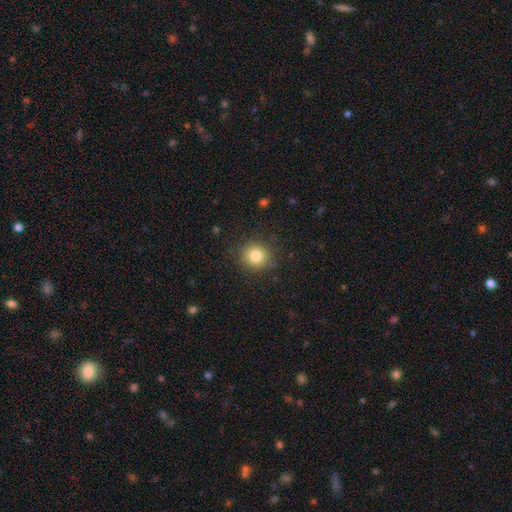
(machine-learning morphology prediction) The model was most divided on "smooth or featured": smooth: 82%, star or artifact: 11%, featured or disk: 7%. More confident: how rounded — round (89%); merging — none (86%).